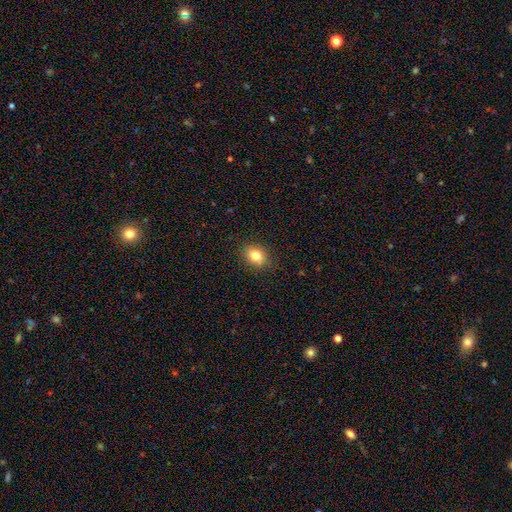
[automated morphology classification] type=smooth (81%); roundness=in between (56%); merging=none (87%).